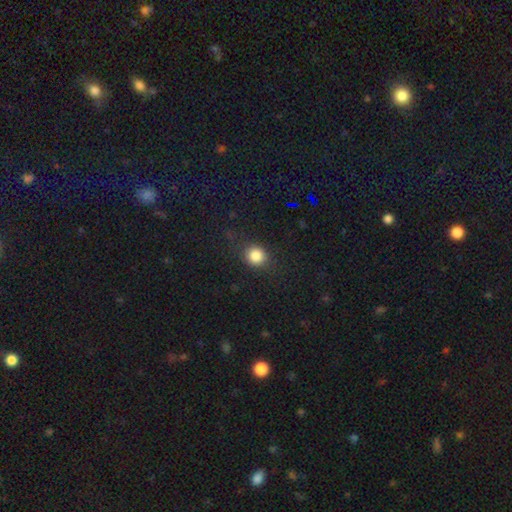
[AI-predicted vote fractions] A smooth galaxy with no disk features (84%) that is round (77%).

Vote fractions:
- Smooth or featured? smooth: 84% / star or artifact: 11% / featured or disk: 5%
- How rounded? round: 77% / in between: 22% / cigar-shaped: 1%
- Merging? none: 81% / minor disturbance: 12% / major disturbance: 5% / merger: 1%